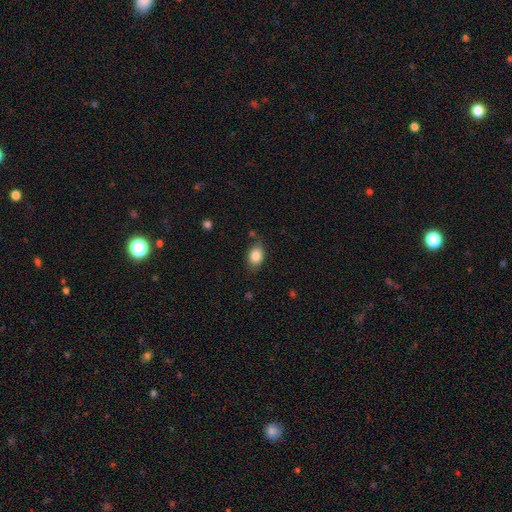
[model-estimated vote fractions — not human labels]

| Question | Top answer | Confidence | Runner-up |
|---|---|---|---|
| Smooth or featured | smooth | 85% | star or artifact (8%) |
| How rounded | in between | 77% | round (22%) |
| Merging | none | 78% | minor disturbance (16%) |